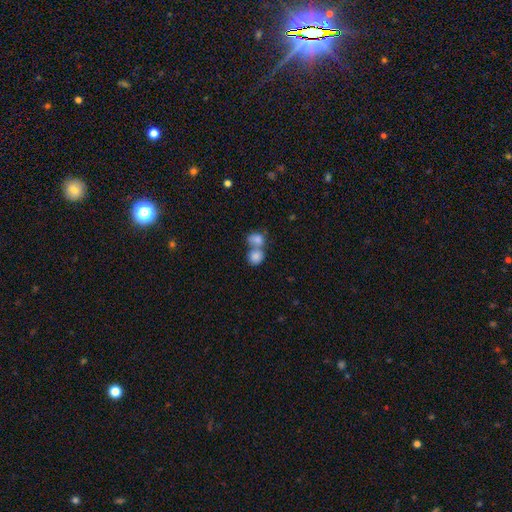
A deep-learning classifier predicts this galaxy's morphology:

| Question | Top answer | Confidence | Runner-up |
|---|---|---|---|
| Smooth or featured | smooth | 83% | featured or disk (9%) |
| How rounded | round | 67% | in between (31%) |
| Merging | merger | 66% | none (25%) |